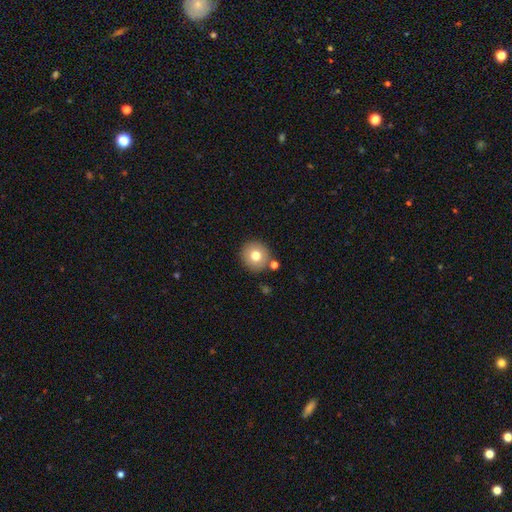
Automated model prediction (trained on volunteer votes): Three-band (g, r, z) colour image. It shows a smooth galaxy with no disk features (75%) that is round (91%). Merging: none (84%).